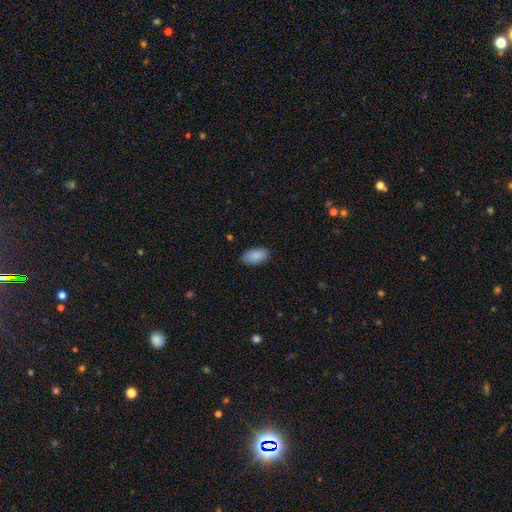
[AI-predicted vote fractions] Smooth or featured? Predicted: smooth (p=0.90). How rounded? Predicted: in between (p=0.94). Merging? Predicted: none (p=0.86).